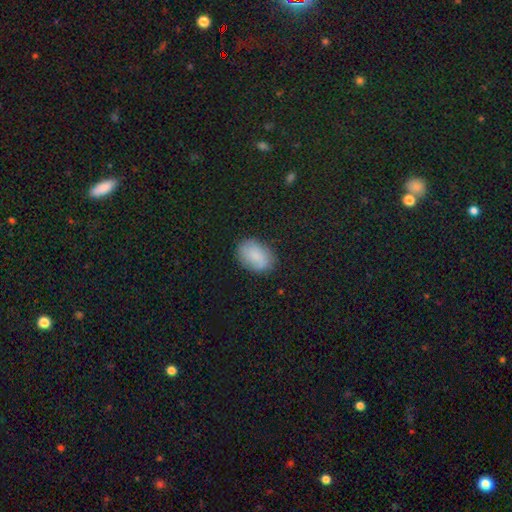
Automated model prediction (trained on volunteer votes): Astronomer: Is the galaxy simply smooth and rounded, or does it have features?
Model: smooth — 80%.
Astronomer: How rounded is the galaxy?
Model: in between — 84%.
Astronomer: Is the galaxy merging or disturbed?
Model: none — 81%.